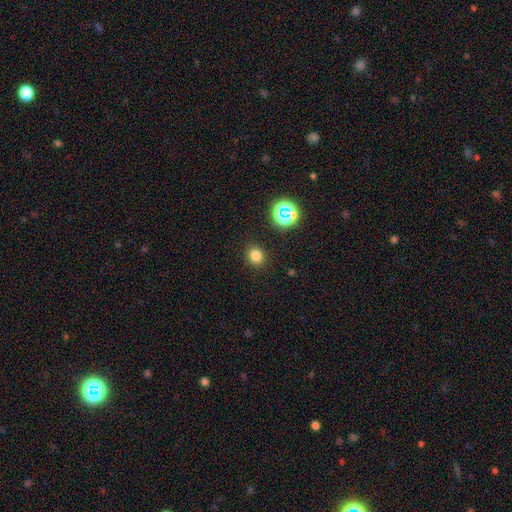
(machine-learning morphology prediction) type=smooth (77%); roundness=round (77%); merging=none (89%).